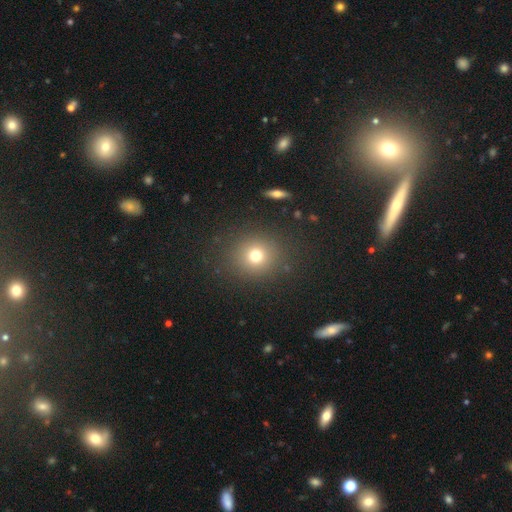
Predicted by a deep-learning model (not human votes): Q: Smooth or featured?
A: smooth (73%); runner-up: star or artifact (17%)
Q: How rounded?
A: round (86%); runner-up: in between (13%)
Q: Merging?
A: none (87%); runner-up: minor disturbance (7%)